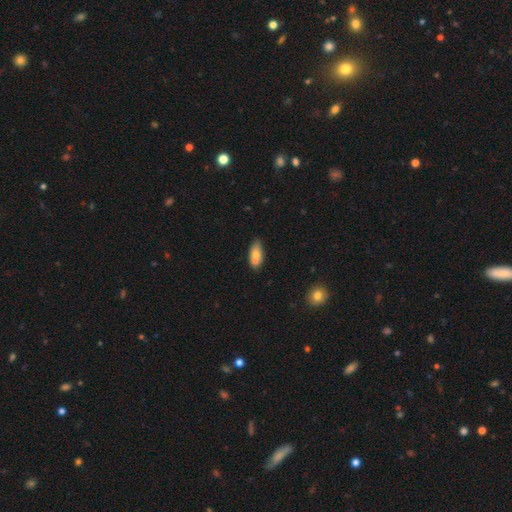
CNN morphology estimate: This is likely a smooth galaxy (69%). How rounded: clearly in between (82%). Merging: possibly none (48%).